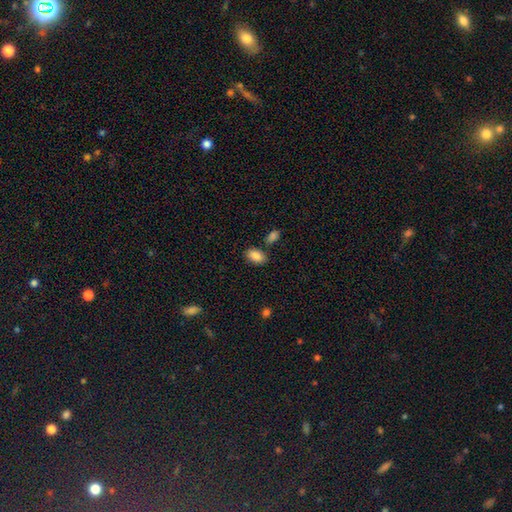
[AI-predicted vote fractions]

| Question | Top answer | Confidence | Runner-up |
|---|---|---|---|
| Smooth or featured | smooth | 87% | star or artifact (8%) |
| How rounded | in between | 91% | round (7%) |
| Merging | none | 77% | minor disturbance (12%) |